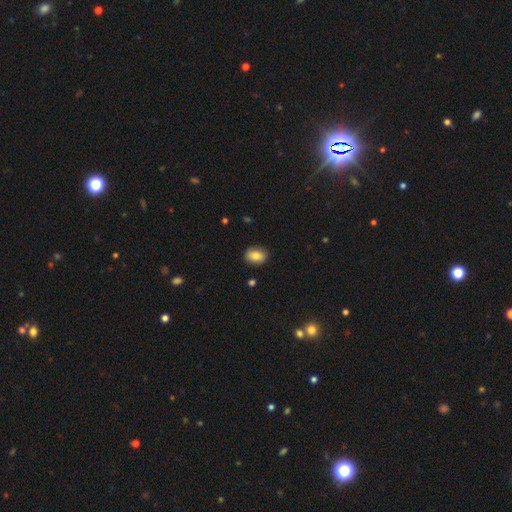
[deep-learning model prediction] A smooth galaxy with no disk features (81%) that is in between round and cigar-shaped (69%). Merging: none (86%).